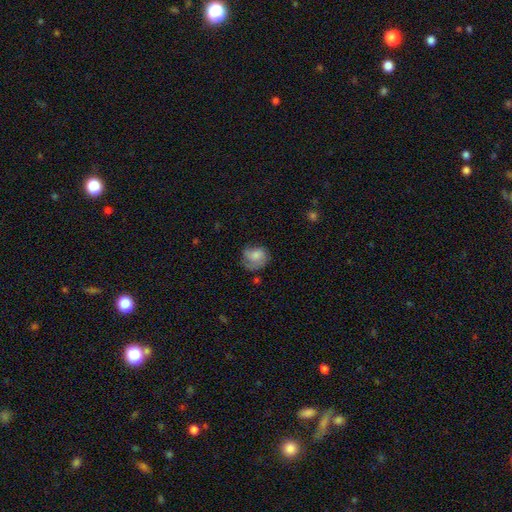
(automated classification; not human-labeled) The model was most divided on "smooth or featured": smooth: 57%, featured or disk: 35%, star or artifact: 8%. Remaining: how rounded — round (64%); merging — none (50%).